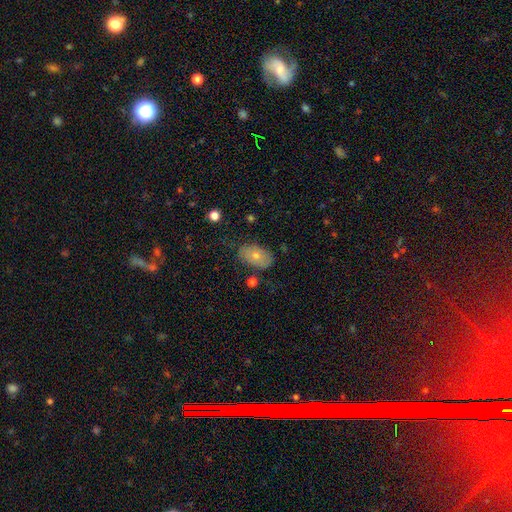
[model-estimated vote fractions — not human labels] A smooth galaxy with no disk features (60%) that is in between round and cigar-shaped (89%).

Vote fractions:
- Smooth or featured? smooth: 60% / featured or disk: 30% / star or artifact: 10%
- How rounded? in between: 89% / round: 10% / cigar-shaped: 2%
- Merging? none: 74% / minor disturbance: 19% / major disturbance: 5% / merger: 2%